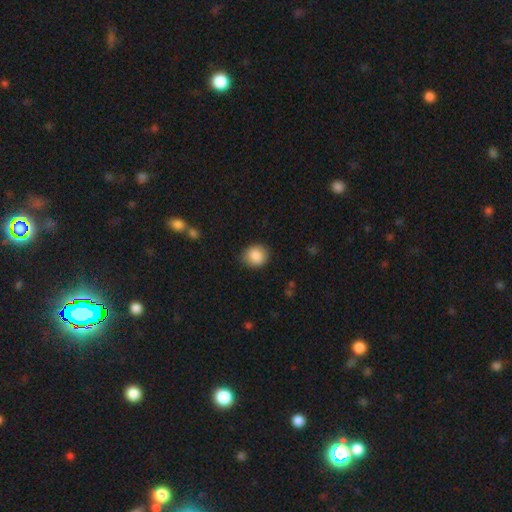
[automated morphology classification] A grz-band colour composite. It shows a smooth galaxy with no disk features (88%) that is round (74%). Merging: none (85%).